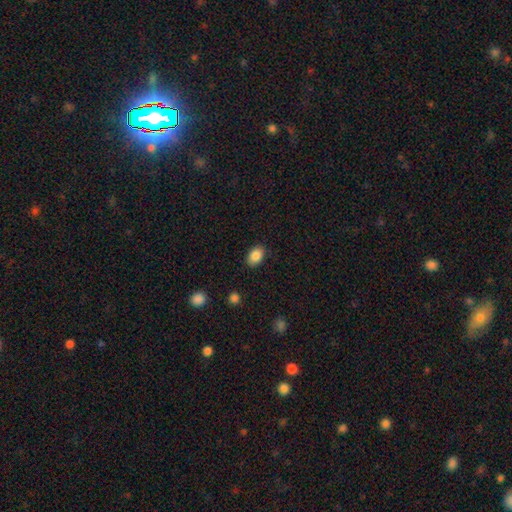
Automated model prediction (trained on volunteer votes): Smooth or featured: smooth — 87% (star or artifact — 8%)
How rounded: in between — 81% (round — 18%)
Merging: none — 86% (minor disturbance — 10%)